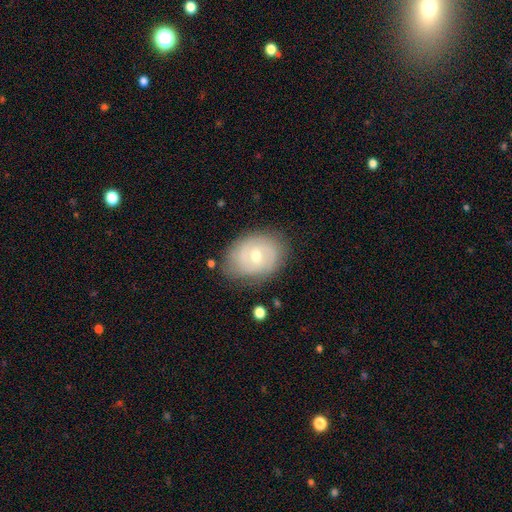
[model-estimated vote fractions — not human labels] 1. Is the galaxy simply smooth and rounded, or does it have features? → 69% featured or disk, 25% smooth, 7% star or artifact.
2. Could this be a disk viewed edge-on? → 96% no, 4% yes.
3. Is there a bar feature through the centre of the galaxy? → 52% no, 41% weak, 8% strong.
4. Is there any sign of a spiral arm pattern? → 79% yes, 21% no.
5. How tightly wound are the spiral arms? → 56% tight, 33% medium, 11% loose.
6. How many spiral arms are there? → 56% 2, 28% can't tell, 7% 3, 4% 1, 2% 4, 2% more than 4.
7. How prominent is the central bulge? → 62% moderate, 34% small, 2% large, 1% none, 1% dominant.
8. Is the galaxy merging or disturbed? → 76% none, 17% minor disturbance, 5% major disturbance, 2% merger.